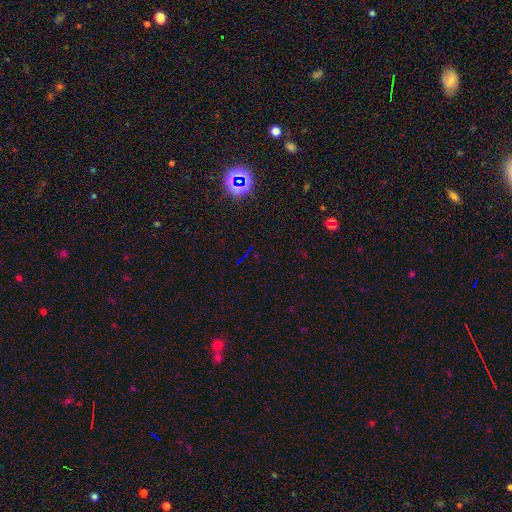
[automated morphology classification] Smooth or featured?
  - star or artifact: 76% *
  - smooth: 14%
  - featured or disk: 10%